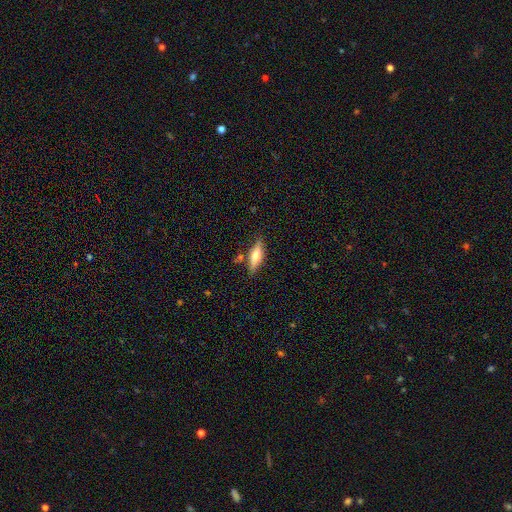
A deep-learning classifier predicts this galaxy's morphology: Q: Smooth or featured?
A: featured or disk (48%); runner-up: smooth (45%)
Q: Merging?
A: none (80%); runner-up: minor disturbance (13%)